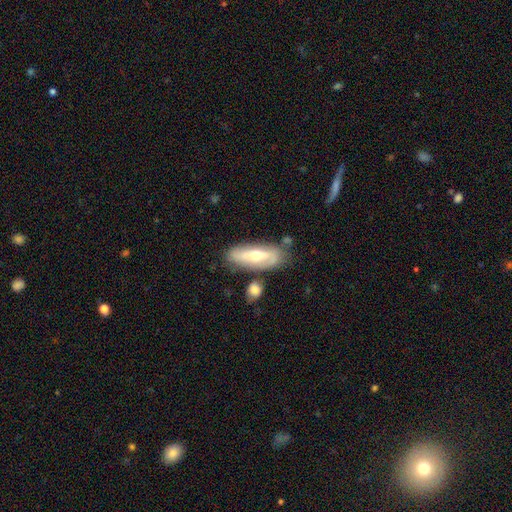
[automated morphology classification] smooth-or-featured: featured or disk: 52% | smooth: 41% | star or artifact: 6%
  disk-edge-on: no: 68% | yes: 32%
  merging: none: 71% | minor disturbance: 17% | merger: 7% | major disturbance: 5%